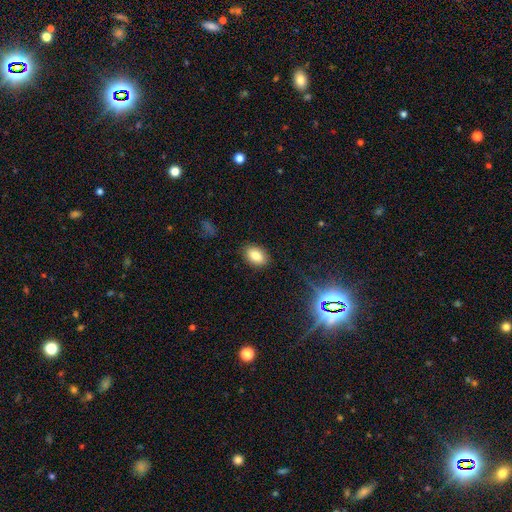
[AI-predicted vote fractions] smooth_or_featured: smooth (p=0.82) [alt: star or artifact p=0.10]
how_rounded: in between (p=0.81) [alt: round p=0.18]
merging: none (p=0.87) [alt: minor disturbance p=0.09]